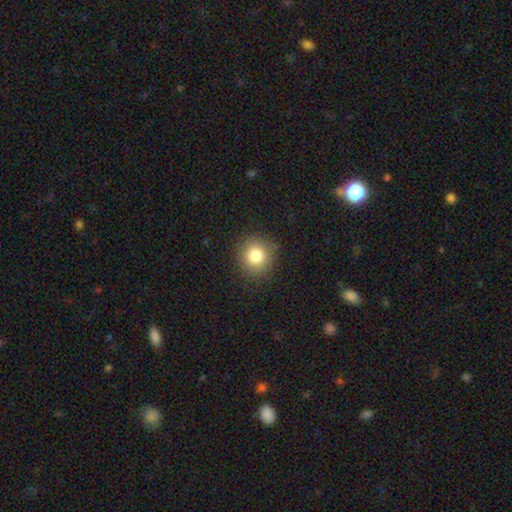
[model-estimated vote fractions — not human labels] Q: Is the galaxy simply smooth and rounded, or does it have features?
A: smooth — 82%.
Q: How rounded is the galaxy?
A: round — 91%.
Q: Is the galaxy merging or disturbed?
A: none — 88%.